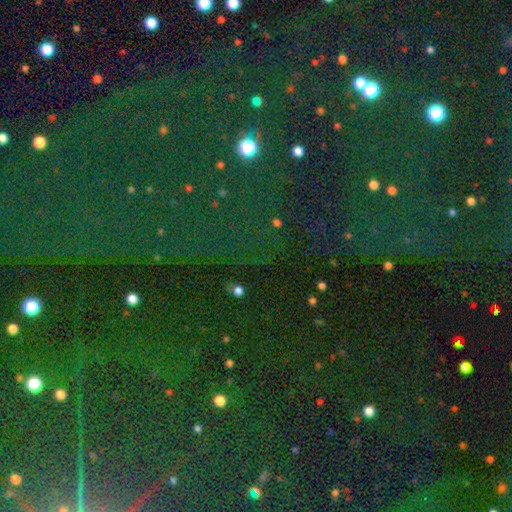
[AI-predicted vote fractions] smooth-or-featured: star or artifact: 85% | smooth: 9% | featured or disk: 7%